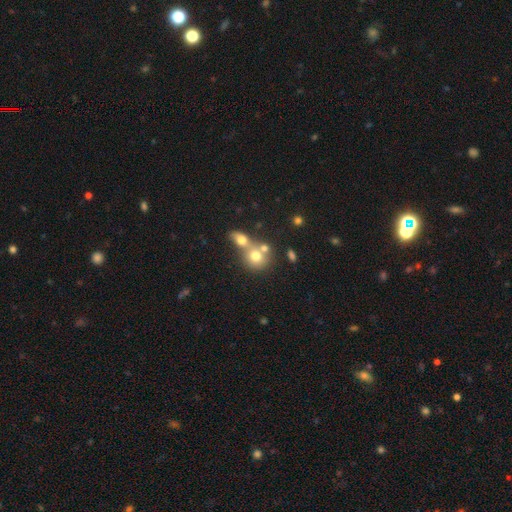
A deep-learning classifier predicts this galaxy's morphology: This appears to be a smooth galaxy with no disk features (70%) that is round (76%). Merging: merger (59%).